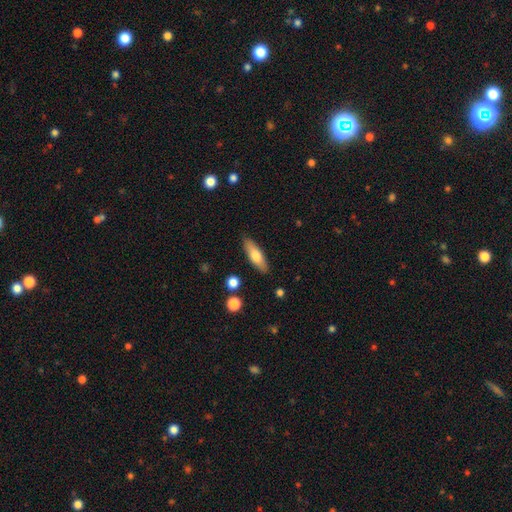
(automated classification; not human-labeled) Smooth or featured: smooth — 66% (featured or disk — 28%)
How rounded: in between — 49% (tied with cigar-shaped — 49%)
Merging: none — 87% (minor disturbance — 9%)